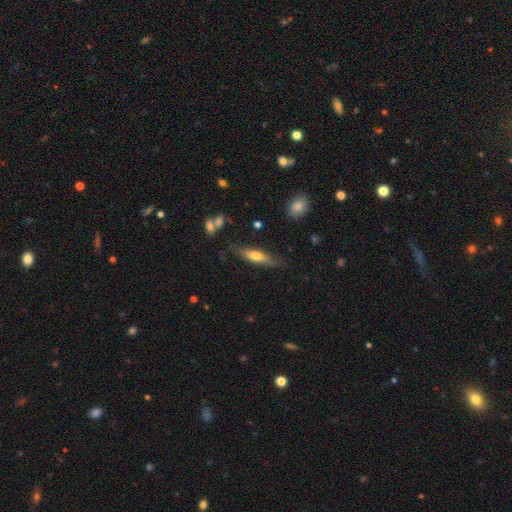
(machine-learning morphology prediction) A smooth galaxy with no disk features (55%) that is cigar-shaped (66%).

Vote fractions:
- Smooth or featured? smooth: 55% / featured or disk: 39% / star or artifact: 6%
- How rounded? cigar-shaped: 66% / in between: 32% / round: 2%
- Merging? none: 73% / minor disturbance: 19% / major disturbance: 5% / merger: 3%